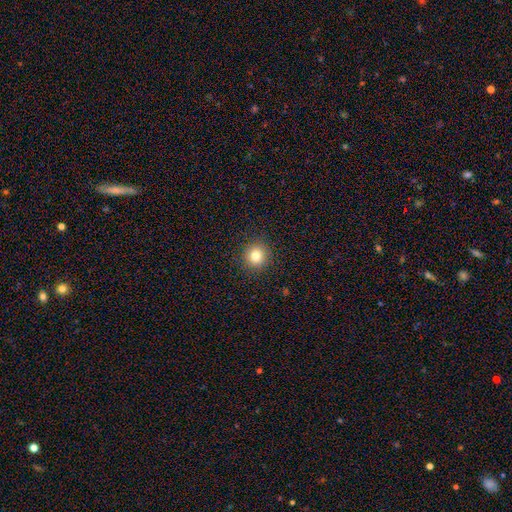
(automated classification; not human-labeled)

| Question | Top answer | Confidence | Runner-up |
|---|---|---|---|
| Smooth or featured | smooth | 81% | star or artifact (12%) |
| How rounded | round | 93% | in between (6%) |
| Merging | none | 91% | minor disturbance (6%) |